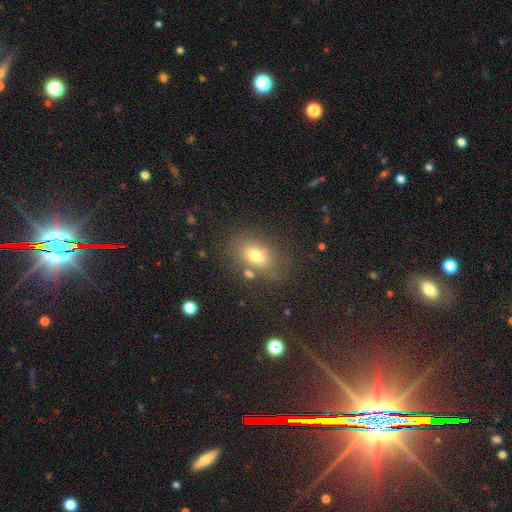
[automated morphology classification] Overall: smooth (72%). How rounded: in between (74%). Merging: none (71%).